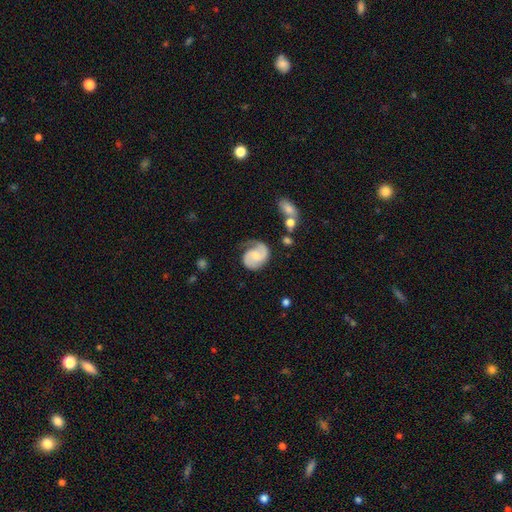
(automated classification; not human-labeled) A featured or disk galaxy (80%) with no bar (48%), 2 (78%) medium (48%) spiral arms (96%) and a moderate central bulge (43%). Merging: none (62%).